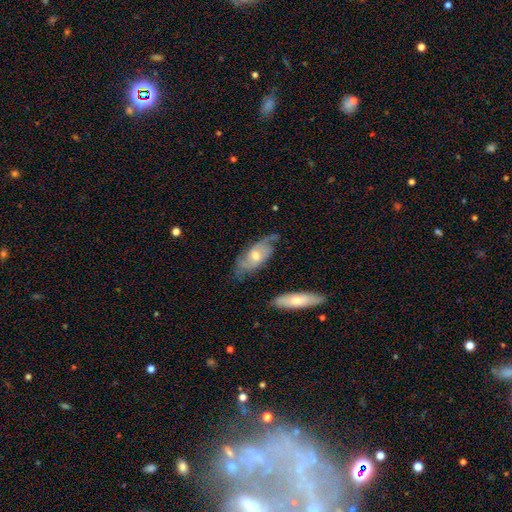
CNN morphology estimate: This appears to be a featured or disk galaxy (69%) with no bar (66%), 2 (53%) medium (42%) spiral arms (86%) and a moderate central bulge (59%). Merging: none (65%).